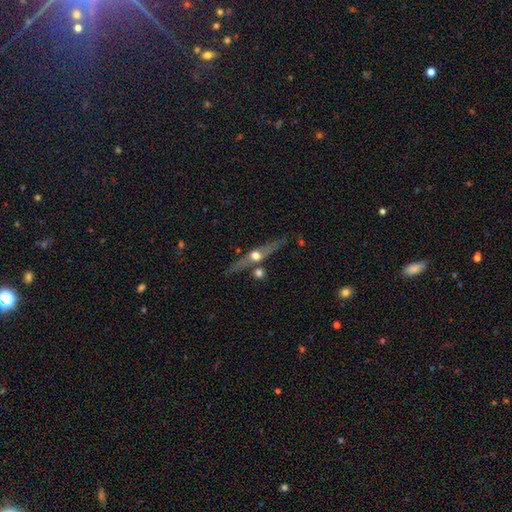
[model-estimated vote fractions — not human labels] A featured or disk galaxy (72%) viewed edge-on (93%) with a rounded central bulge (95%).

Vote fractions:
- Smooth or featured? featured or disk: 72% / smooth: 20% / star or artifact: 8%
- Edge-on disk? yes: 93% / no: 7%
- Edge-on bulge? rounded: 95% / none: 3% / boxy: 2%
- Merging? none: 76% / minor disturbance: 11% / merger: 10% / major disturbance: 3%